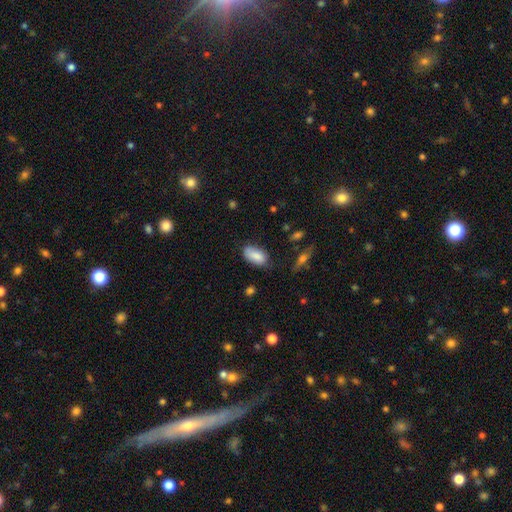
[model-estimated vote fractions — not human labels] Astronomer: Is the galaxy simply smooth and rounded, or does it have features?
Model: smooth — 83%.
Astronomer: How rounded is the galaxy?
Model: in between — 93%.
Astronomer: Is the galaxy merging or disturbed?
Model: none — 65%.